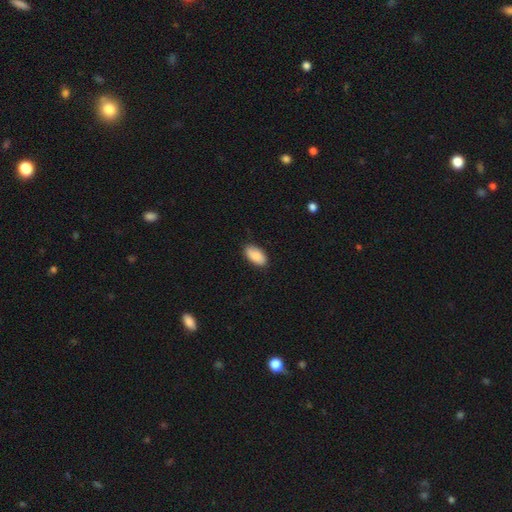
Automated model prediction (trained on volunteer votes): smooth_or_featured: smooth (p=0.88) [alt: star or artifact p=0.06]
how_rounded: in between (p=0.94) [alt: cigar-shaped p=0.03]
merging: none (p=0.86) [alt: minor disturbance p=0.11]